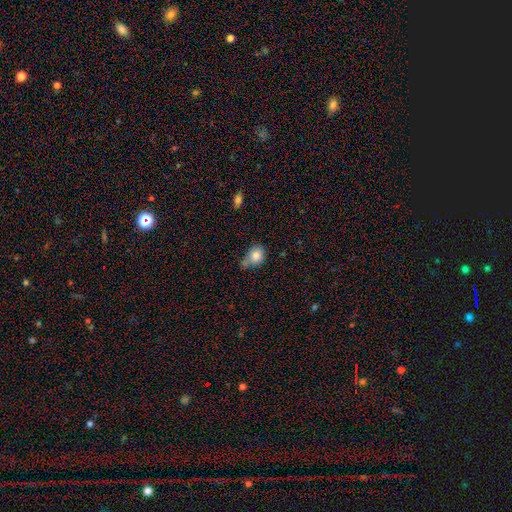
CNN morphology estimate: Smooth or featured: smooth — 83% (star or artifact — 9%)
How rounded: round — 51% (in between — 48%)
Merging: none — 46% (minor disturbance — 32%)